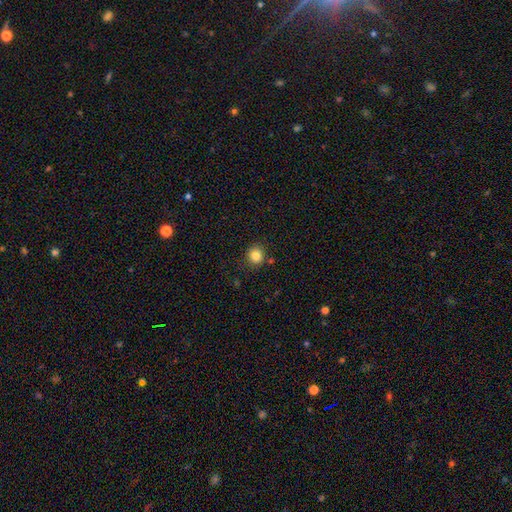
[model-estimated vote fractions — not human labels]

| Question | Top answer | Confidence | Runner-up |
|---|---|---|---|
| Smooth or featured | smooth | 83% | star or artifact (11%) |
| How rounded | round | 87% | in between (12%) |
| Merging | none | 86% | minor disturbance (9%) |